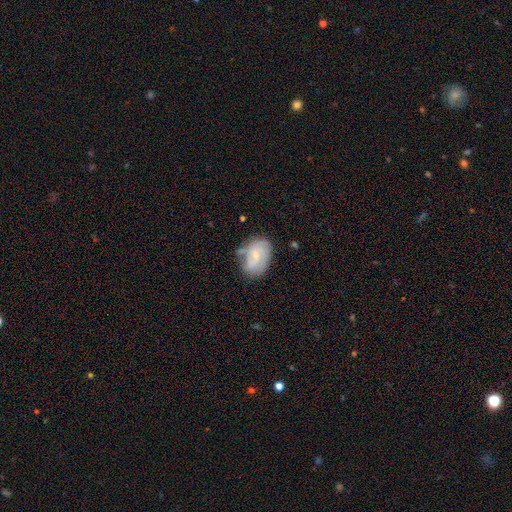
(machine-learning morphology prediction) type=featured or disk (50%); edge-on=no (96%); merging=none (52%).